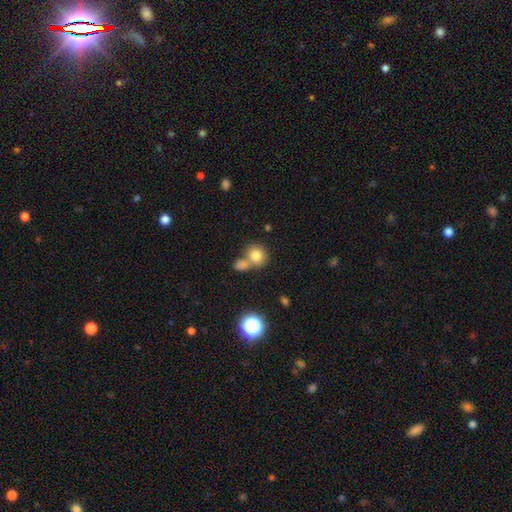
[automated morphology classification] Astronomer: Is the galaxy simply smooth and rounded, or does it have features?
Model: smooth — 78%.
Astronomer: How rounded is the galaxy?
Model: round — 80%.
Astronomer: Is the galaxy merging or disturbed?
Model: none — 46% (runner-up: merger, 41%).